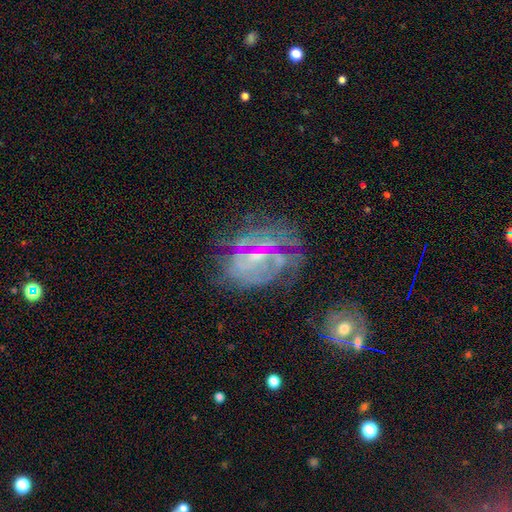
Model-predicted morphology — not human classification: Smooth or featured? featured or disk (61%)
Edge-on disk? no (95%)
Bar? no (39%, tied with weak)
Spiral arms? yes (69%)
Bulge size? small (57%)
Merging? none (60%)